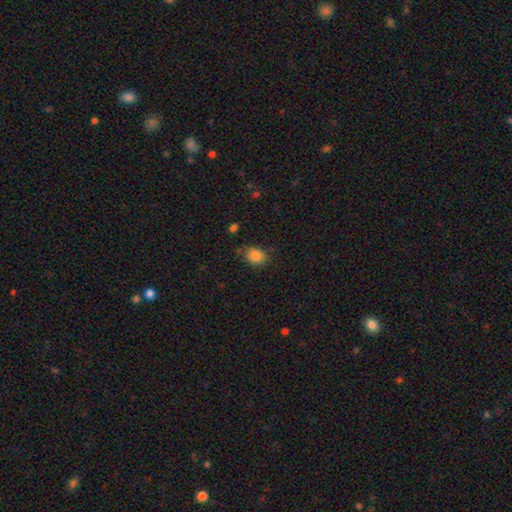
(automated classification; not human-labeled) This appears to be a smooth galaxy with no disk features (85%) that is in between round and cigar-shaped (53%). Merging: none (74%).